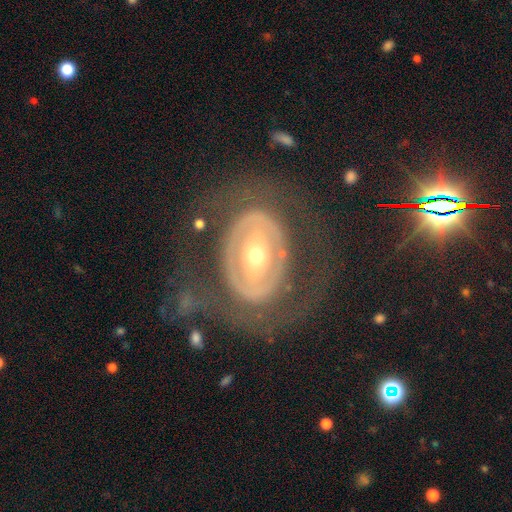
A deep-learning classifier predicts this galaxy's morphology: A featured or disk galaxy (76%) with a strong bar (37%), no spiral arms (58%) and a moderate central bulge (50%).

Vote fractions:
- Smooth or featured? featured or disk: 76% / smooth: 16% / star or artifact: 8%
- Edge-on disk? no: 94% / yes: 6%
- Bar? strong: 37% / no: 33% / weak: 30%
- Spiral arms? no: 58% / yes: 42%
- Bulge size? moderate: 50% / small: 45% / large: 3% / dominant: 1% / none: 1%
- Merging? none: 65% / major disturbance: 18% / minor disturbance: 15% / merger: 2%